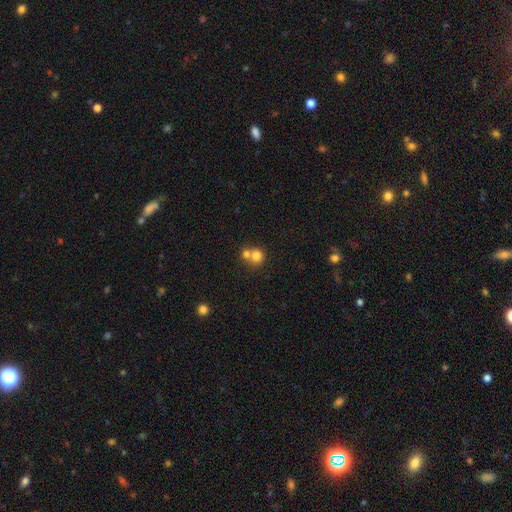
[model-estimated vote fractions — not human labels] Smooth or featured?
  - smooth: 77% *
  - featured or disk: 11%
  - star or artifact: 11%
How rounded?
  - round: 86% *
  - in between: 13%
  - cigar-shaped: 1%
Merging?
  - merger: 52% *
  - none: 40%
  - minor disturbance: 6%
  - major disturbance: 3%